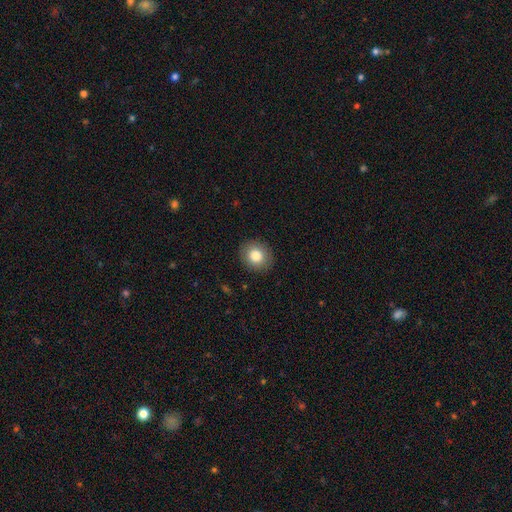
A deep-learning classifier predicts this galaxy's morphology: A smooth galaxy with no disk features (82%) that is round (79%). Merging: none (90%).